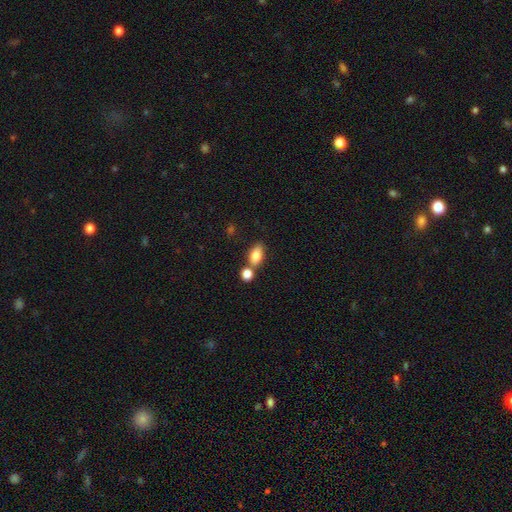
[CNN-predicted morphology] Smooth or featured? smooth (82%)
How rounded? in between (84%)
Merging? none (56%)